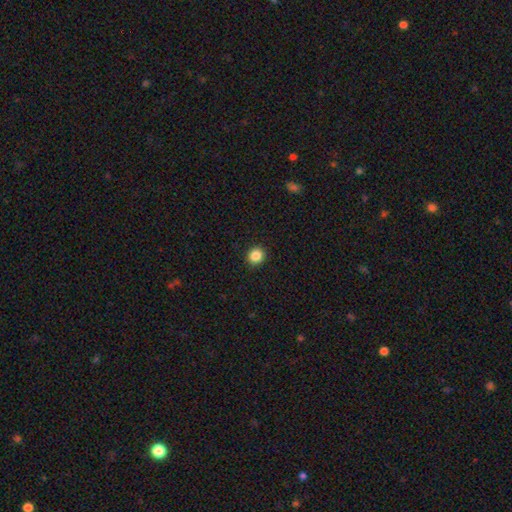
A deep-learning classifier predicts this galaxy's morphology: A smooth galaxy with no disk features (86%) that is round (88%).

Vote fractions:
- Smooth or featured? smooth: 86% / star or artifact: 10% / featured or disk: 4%
- How rounded? round: 88% / in between: 11% / cigar-shaped: 1%
- Merging? none: 93% / minor disturbance: 4% / major disturbance: 2% / merger: 1%